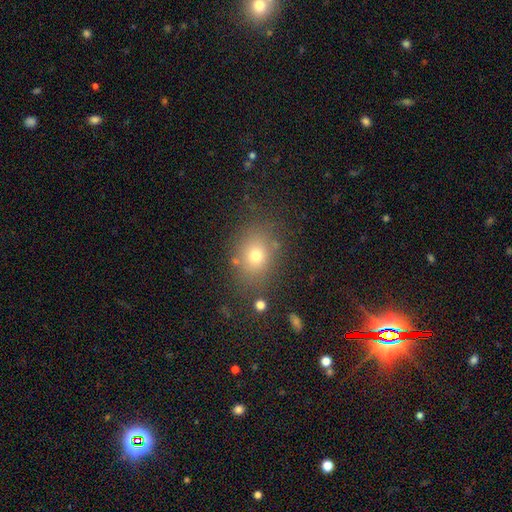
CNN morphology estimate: Smooth or featured?
  - smooth: 71% *
  - star or artifact: 17%
  - featured or disk: 13%
How rounded?
  - in between: 53% *
  - round: 46%
  - cigar-shaped: 1%
Merging?
  - none: 79% *
  - minor disturbance: 12%
  - major disturbance: 5%
  - merger: 4%